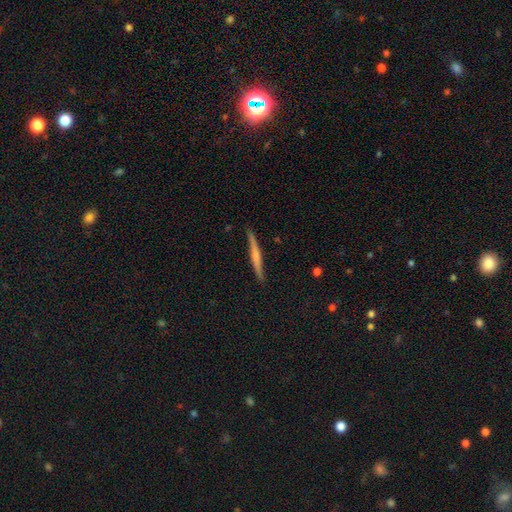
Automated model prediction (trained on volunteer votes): A featured or disk galaxy (52%) viewed edge-on (95%). Merging: none (86%).